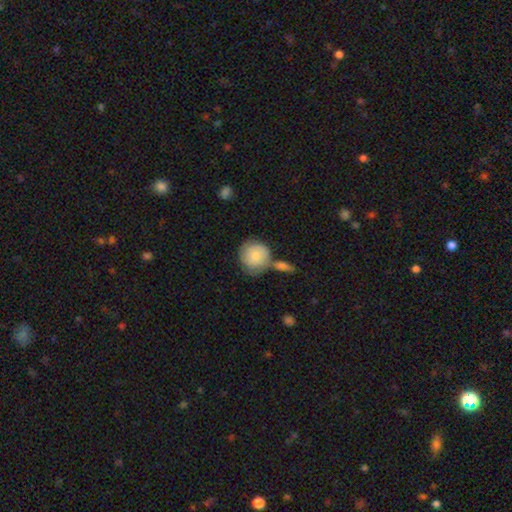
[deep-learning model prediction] Q: Smooth or featured?
A: smooth (73%); runner-up: featured or disk (21%)
Q: How rounded?
A: round (88%); runner-up: in between (11%)
Q: Merging?
A: none (50%); runner-up: merger (26%)